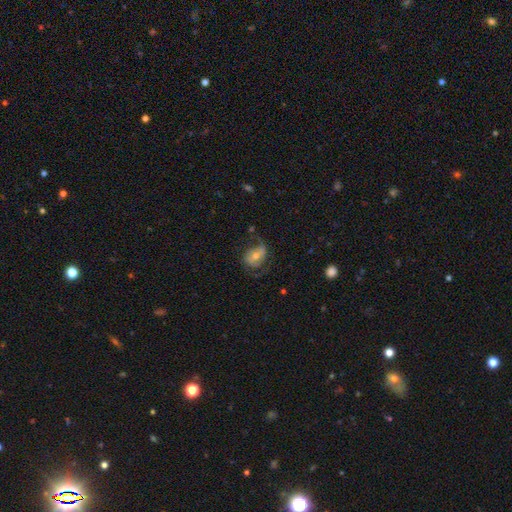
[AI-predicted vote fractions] Smooth or featured?
  - featured or disk: 64% *
  - smooth: 29%
  - star or artifact: 8%
Edge-on disk?
  - no: 96% *
  - yes: 4%
Bar?
  - no: 41% *
  - weak: 38%
  - strong: 21%
Spiral arms?
  - yes: 83% *
  - no: 17%
Spiral winding?
  - loose: 42% *
  - medium: 41%
  - tight: 17%
Spiral arm count?
  - 2: 76% *
  - 1: 11%
  - can't tell: 9%
  - 3: 2%
  - 4: 1%
  - more than 4: 1%
Bulge size?
  - moderate: 61% *
  - small: 31%
  - large: 5%
  - none: 2%
  - dominant: 1%
Merging?
  - none: 53% *
  - minor disturbance: 23%
  - major disturbance: 22%
  - merger: 2%